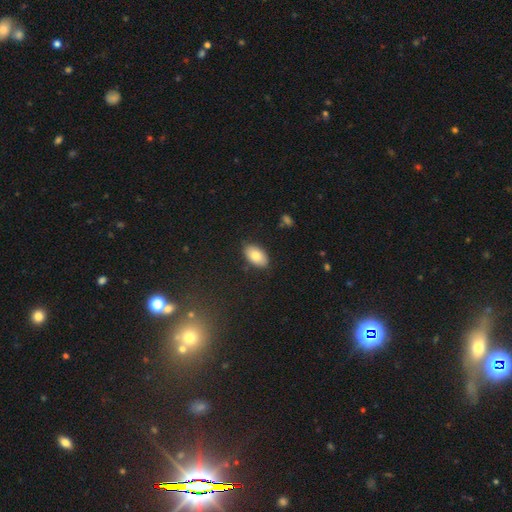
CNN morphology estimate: Smooth or featured? Predicted: smooth (p=0.81). How rounded? Predicted: in between (p=0.94). Merging? Predicted: none (p=0.85).